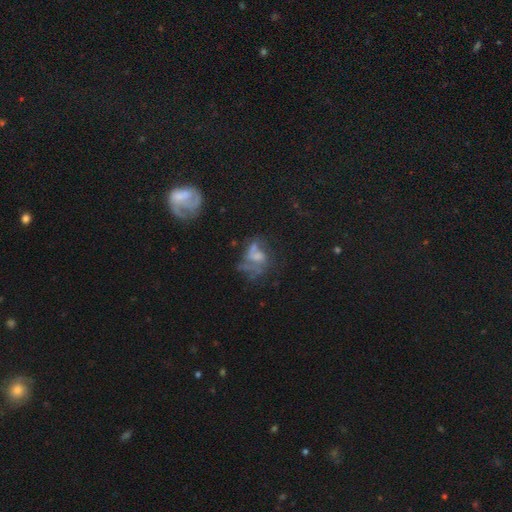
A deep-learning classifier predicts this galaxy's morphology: Smooth or featured? Predicted: featured or disk (p=0.56). Edge-on disk? Predicted: no (p=0.97). Bar? Predicted: no (p=0.75). Spiral arms? Predicted: no (p=0.55). Bulge size? Predicted: none (p=0.46). Merging? Predicted: major disturbance (p=0.39).